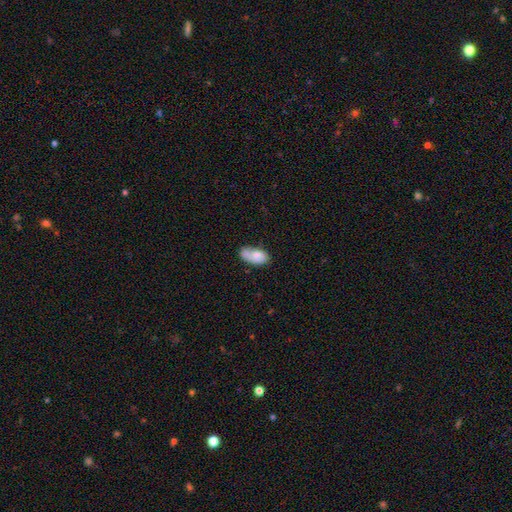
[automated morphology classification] Smooth or featured? Predicted: smooth (p=0.69). How rounded? Predicted: in between (p=0.92). Merging? Predicted: none (p=0.44).